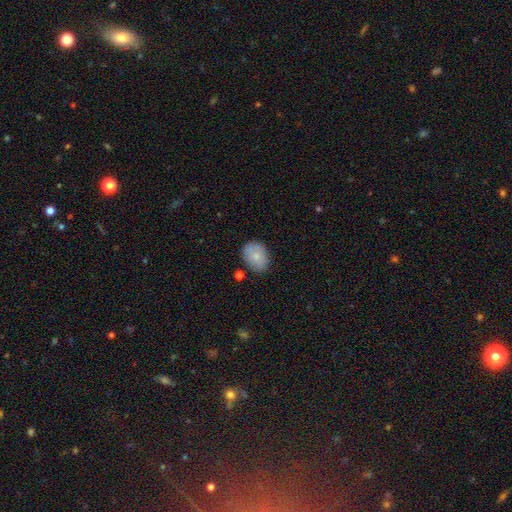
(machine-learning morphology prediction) Overall: smooth (83%). How rounded: in between (76%). Merging: none (79%).